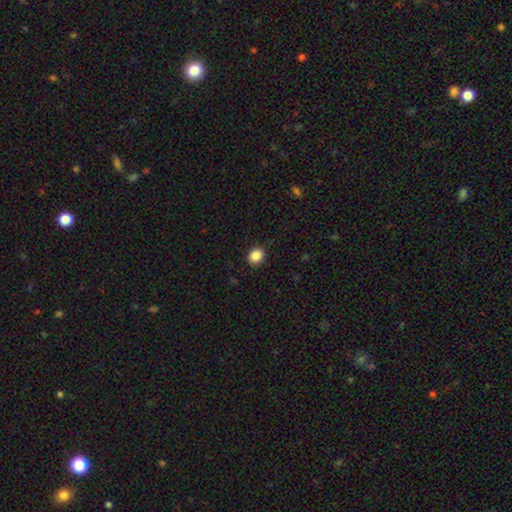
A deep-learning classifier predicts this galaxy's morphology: Smooth or featured? Predicted: smooth (p=0.88). How rounded? Predicted: round (p=0.73). Merging? Predicted: none (p=0.88).